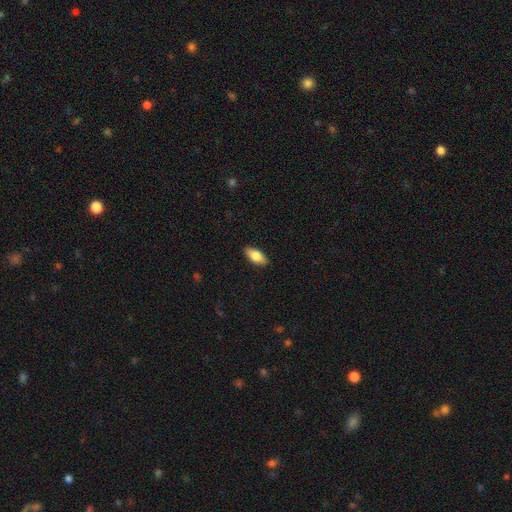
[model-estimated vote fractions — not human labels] Smooth or featured: smooth — 77% (featured or disk — 17%)
How rounded: in between — 83% (cigar-shaped — 14%)
Merging: none — 89% (minor disturbance — 8%)